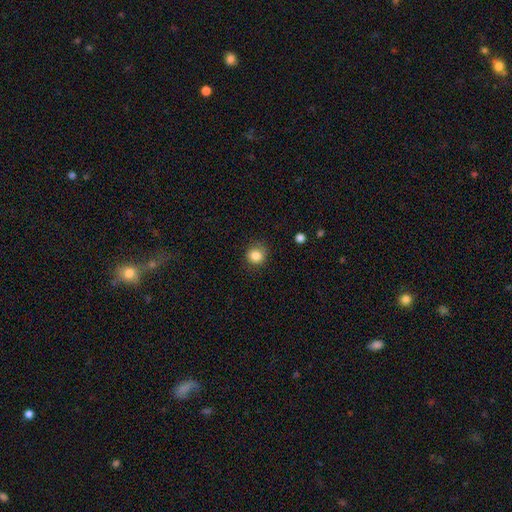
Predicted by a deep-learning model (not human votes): This appears to be a smooth galaxy with no disk features (85%) that is round (86%). Merging: none (82%).